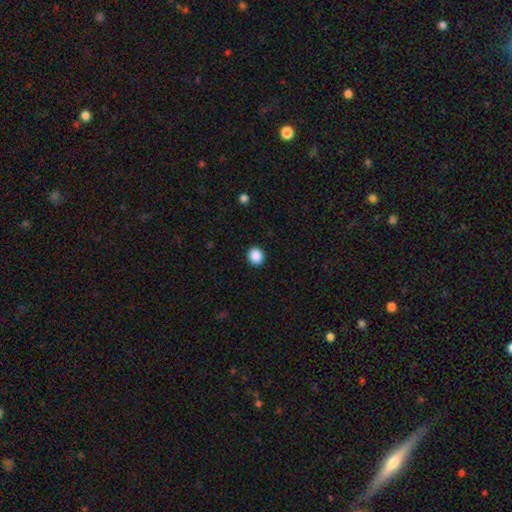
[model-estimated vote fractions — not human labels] This is clearly a smooth galaxy (89%). How rounded: clearly round (81%). Merging: clearly none (92%).